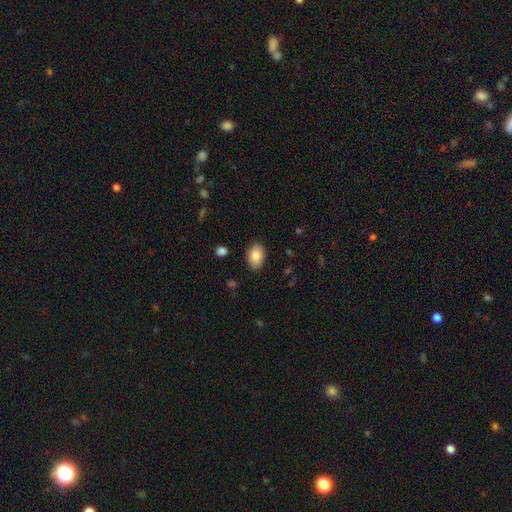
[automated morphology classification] smooth 85%, featured or disk 8%, star or artifact 7%. Down the decision tree: how rounded — in between (88%); merging — none (87%).